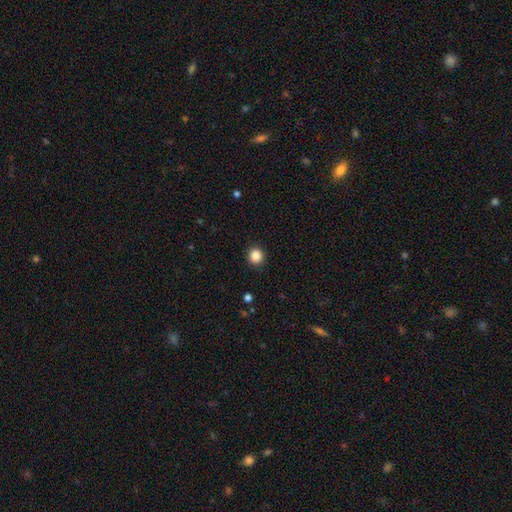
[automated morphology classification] A smooth galaxy with no disk features (87%) that is round (89%).

Vote fractions:
- Smooth or featured? smooth: 87% / star or artifact: 10% / featured or disk: 3%
- How rounded? round: 89% / in between: 10% / cigar-shaped: 1%
- Merging? none: 91% / minor disturbance: 6% / major disturbance: 2% / merger: 1%